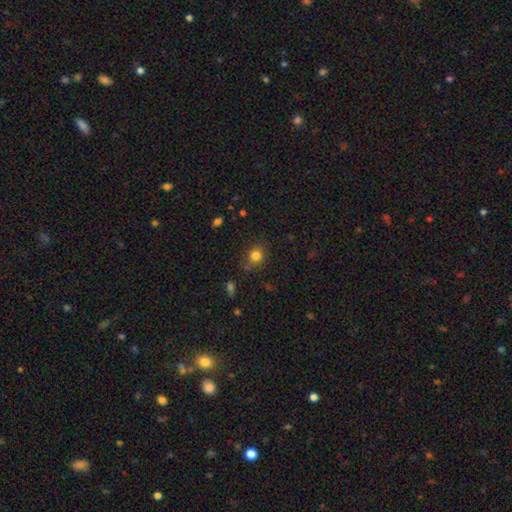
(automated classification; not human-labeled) Morphology: type=smooth (81%); roundness=round (76%); merging=none (78%).